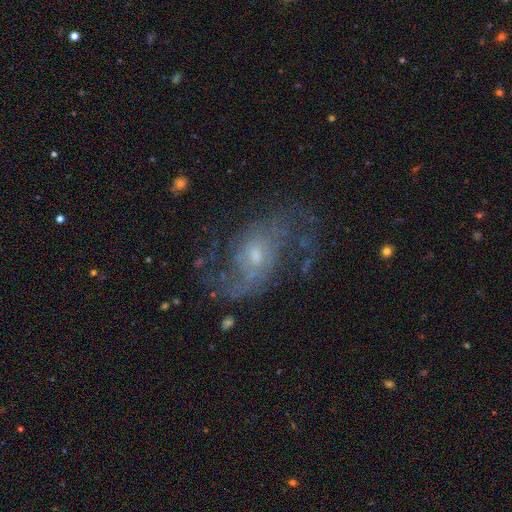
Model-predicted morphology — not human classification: Smooth or featured: featured or disk — 83% (smooth — 9%)
Edge-on disk: no — 97% (yes — 3%)
Bar: no — 54% (weak — 40%)
Spiral arms: yes — 92% (no — 8%)
Spiral winding: medium — 44% (loose — 41%)
Spiral arm count: 2 — 78% (can't tell — 10%)
Bulge size: small — 57% (moderate — 37%)
Merging: none — 66% (minor disturbance — 17%)